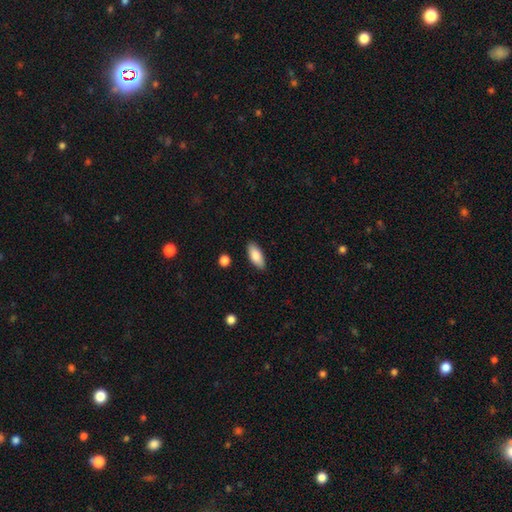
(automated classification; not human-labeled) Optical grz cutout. It shows a smooth galaxy with no disk features (86%) that is in between round and cigar-shaped (84%). Merging: none (87%).